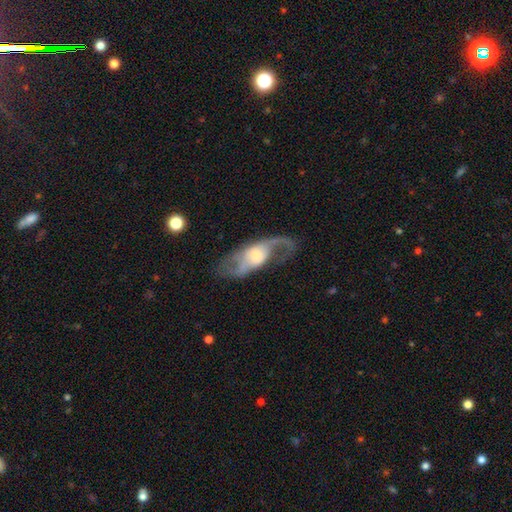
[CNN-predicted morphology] smooth_or_featured: featured or disk (p=0.72) [alt: smooth p=0.22]
disk_edge_on: no (p=0.86) [alt: yes p=0.14]
bar: no (p=0.60) [alt: weak p=0.30]
has_spiral_arms: yes (p=0.81) [alt: no p=0.19]
bulge_size: moderate (p=0.41) [alt: small p=0.28]
merging: none (p=0.57) [alt: major disturbance p=0.23]